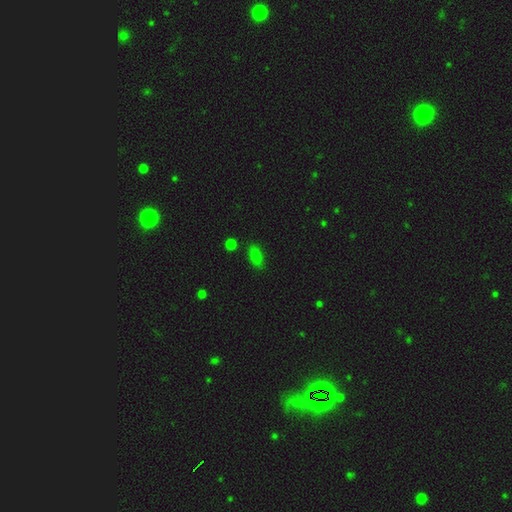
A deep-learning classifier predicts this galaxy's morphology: Smooth or featured? Predicted: smooth (p=0.77). How rounded? Predicted: in between (p=0.82). Merging? Predicted: none (p=0.80).